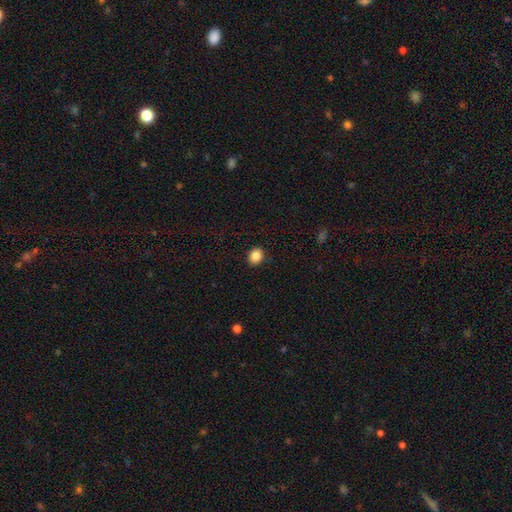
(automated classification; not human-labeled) smooth 86%, star or artifact 10%, featured or disk 4%. Down the decision tree: how rounded — round (65%); merging — none (89%).